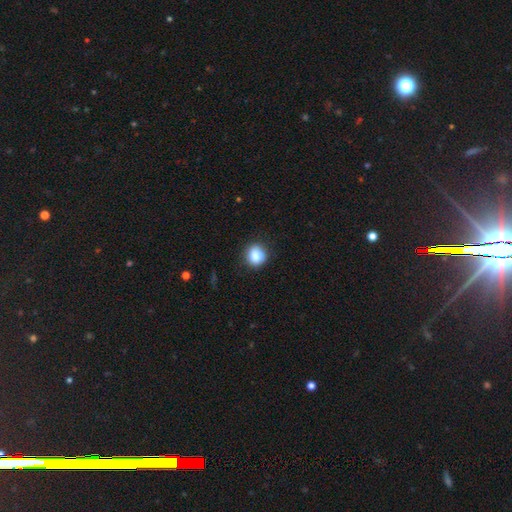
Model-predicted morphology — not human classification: Smooth or featured?
  - smooth: 85% *
  - star or artifact: 9%
  - featured or disk: 6%
How rounded?
  - round: 81% *
  - in between: 18%
  - cigar-shaped: 1%
Merging?
  - none: 81% *
  - minor disturbance: 15%
  - major disturbance: 3%
  - merger: 1%